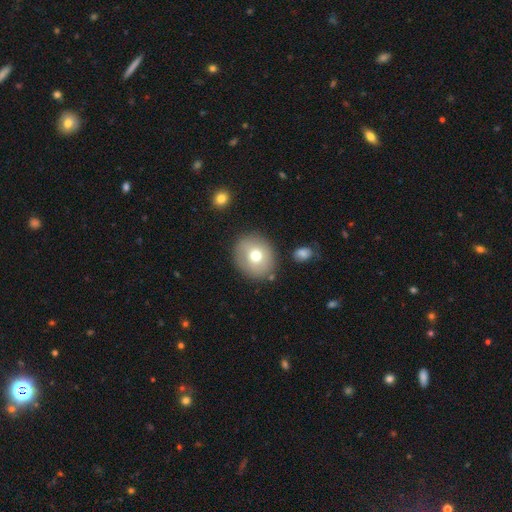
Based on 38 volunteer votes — Smooth or featured? 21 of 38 (55%) said smooth. How rounded? 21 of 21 (100%) said round. Merging? 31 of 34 (91%) said none.